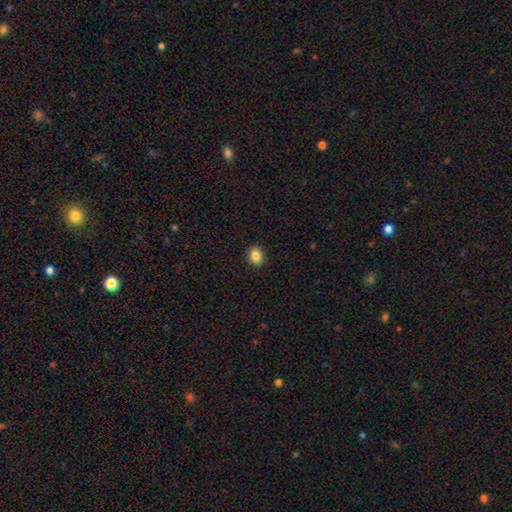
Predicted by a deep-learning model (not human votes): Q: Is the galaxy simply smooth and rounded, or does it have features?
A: smooth — 86%.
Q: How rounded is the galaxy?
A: in between — 50%.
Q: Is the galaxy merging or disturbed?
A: none — 91%.